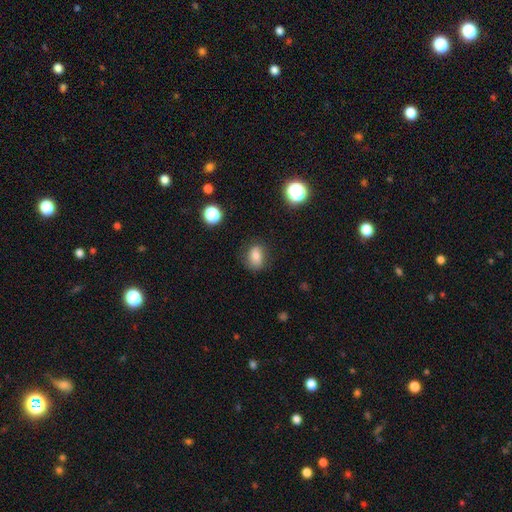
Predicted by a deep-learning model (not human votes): smooth-or-featured: smooth: 72% | featured or disk: 16% | star or artifact: 12%
  how-rounded: in between: 63% | round: 36% | cigar-shaped: 2%
  merging: none: 73% | minor disturbance: 19% | major disturbance: 6% | merger: 2%